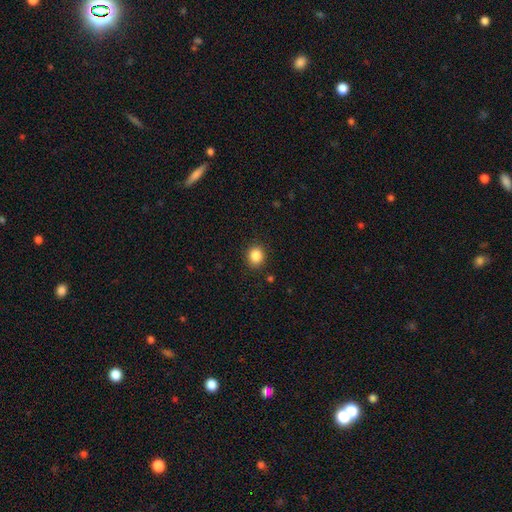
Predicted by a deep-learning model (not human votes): The model was most divided on "how rounded": round: 79%, in between: 20%, cigar-shaped: 1%. More confident: merging — none (90%); smooth or featured — smooth (86%).